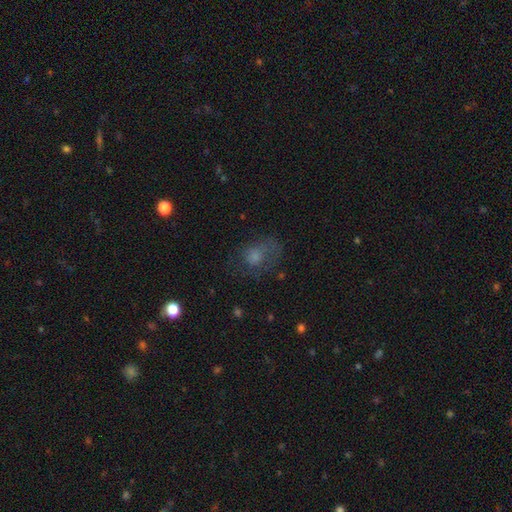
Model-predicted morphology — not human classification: Smooth or featured?
  - smooth: 57% *
  - featured or disk: 27%
  - star or artifact: 16%
How rounded?
  - in between: 56% *
  - round: 42%
  - cigar-shaped: 1%
Merging?
  - none: 43% *
  - major disturbance: 32%
  - minor disturbance: 23%
  - merger: 2%